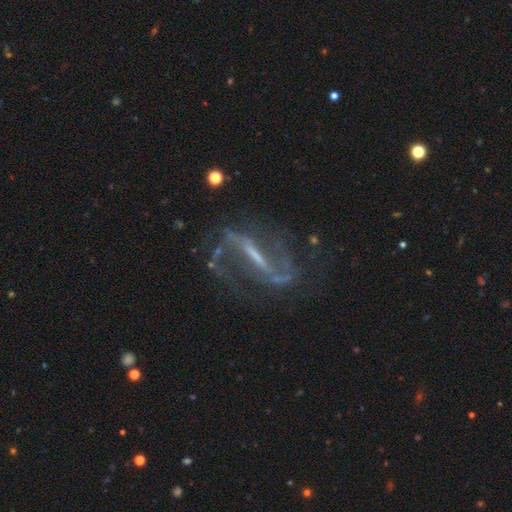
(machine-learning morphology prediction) Smooth or featured: featured or disk — 87% (star or artifact — 8%)
Edge-on disk: no — 87% (yes — 13%)
Bar: strong — 71% (weak — 22%)
Spiral arms: yes — 93% (no — 7%)
Spiral winding: loose — 47% (medium — 40%)
Spiral arm count: 2 — 88% (can't tell — 5%)
Bulge size: small — 40% (none — 35%)
Merging: none — 65% (minor disturbance — 16%)